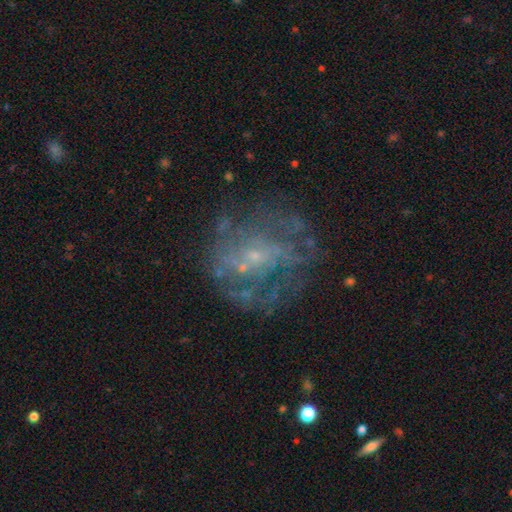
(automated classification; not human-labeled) A featured or disk galaxy (70%) with no bar (73%), spiral arms (50%, tied with no) and a small central bulge (68%).

Vote fractions:
- Smooth or featured? featured or disk: 70% / smooth: 16% / star or artifact: 14%
- Edge-on disk? no: 98% / yes: 2%
- Bar? no: 73% / weak: 23% / strong: 5%
- Spiral arms? yes: 50% (tied) / no: 50% (tied)
- Bulge size? small: 68% / none: 18% / moderate: 12% / large: 1% / dominant: 1%
- Merging? none: 61% / major disturbance: 19% / minor disturbance: 16% / merger: 3%